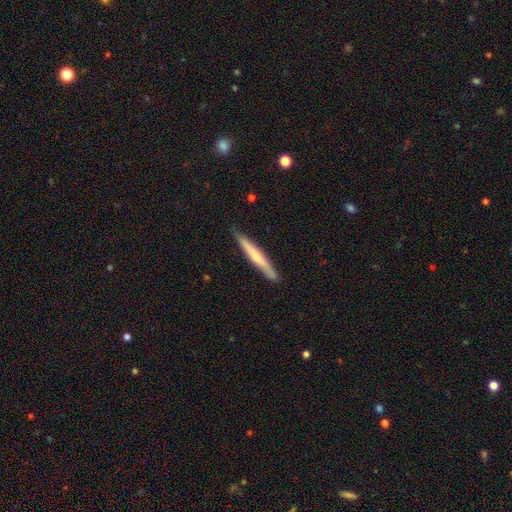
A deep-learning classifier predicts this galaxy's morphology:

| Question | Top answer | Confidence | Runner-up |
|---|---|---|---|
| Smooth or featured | smooth | 52% | featured or disk (42%) |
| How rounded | cigar-shaped | 96% | in between (3%) |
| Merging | none | 89% | minor disturbance (9%) |